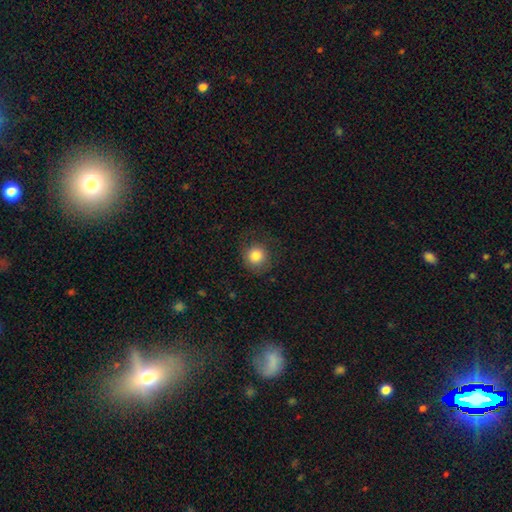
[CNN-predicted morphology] Overall: smooth (83%). How rounded: round (91%). Merging: none (79%).